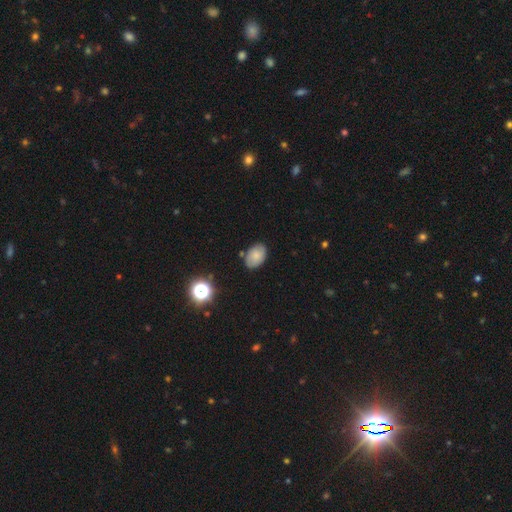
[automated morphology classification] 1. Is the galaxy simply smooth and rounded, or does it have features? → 75% smooth, 15% featured or disk, 10% star or artifact.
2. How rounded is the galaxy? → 86% in between, 13% round, 1% cigar-shaped.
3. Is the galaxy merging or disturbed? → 80% none, 15% minor disturbance, 3% major disturbance, 3% merger.